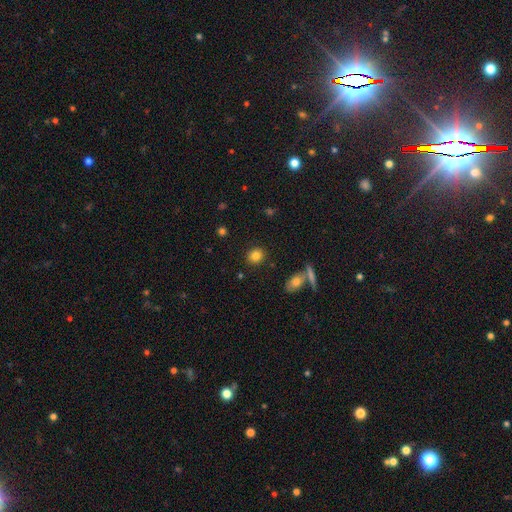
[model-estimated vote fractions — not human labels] This is clearly a smooth galaxy (82%). How rounded: clearly round (80%). Merging: clearly none (88%).